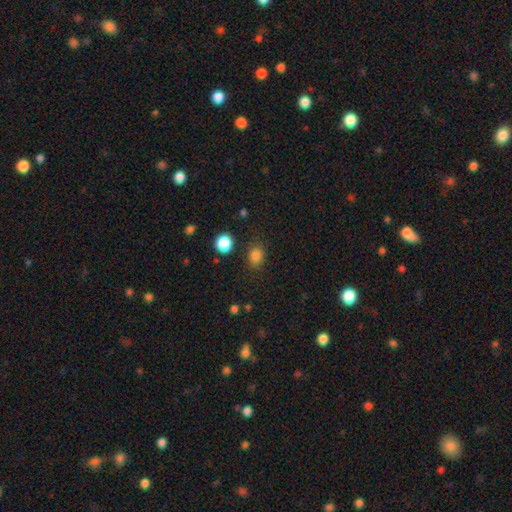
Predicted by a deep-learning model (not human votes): A smooth galaxy with no disk features (83%) that is round (50%).

Vote fractions:
- Smooth or featured? smooth: 83% / star or artifact: 13% / featured or disk: 5%
- How rounded? round: 50% / in between: 49% / cigar-shaped: 1%
- Merging? none: 82% / minor disturbance: 11% / major disturbance: 4% / merger: 2%